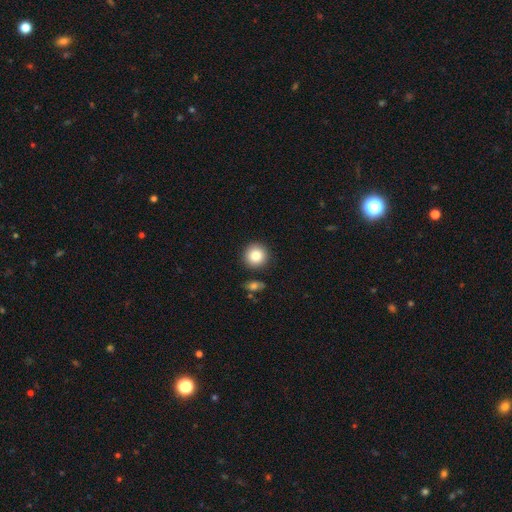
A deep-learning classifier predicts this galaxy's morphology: type=smooth (85%); roundness=round (93%); merging=none (88%).